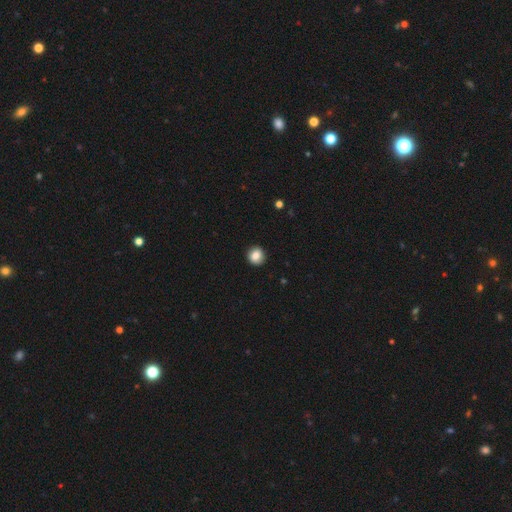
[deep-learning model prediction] smooth_or_featured: smooth (p=0.85) [alt: star or artifact p=0.09]
how_rounded: round (p=0.88) [alt: in between p=0.11]
merging: none (p=0.91) [alt: minor disturbance p=0.06]